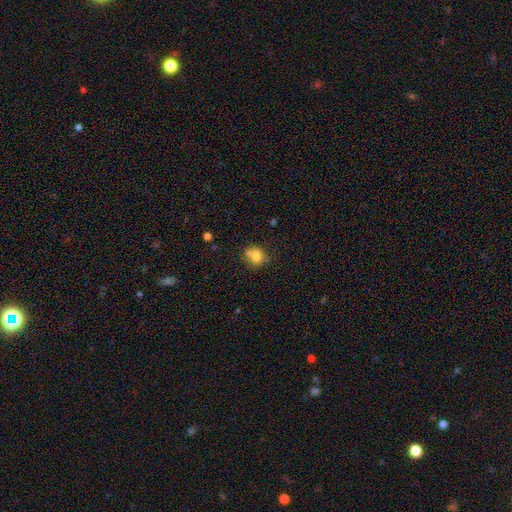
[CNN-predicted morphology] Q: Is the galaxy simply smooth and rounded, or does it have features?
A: smooth — 76%.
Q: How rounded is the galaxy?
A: round — 69%.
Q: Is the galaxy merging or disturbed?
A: none — 55%.